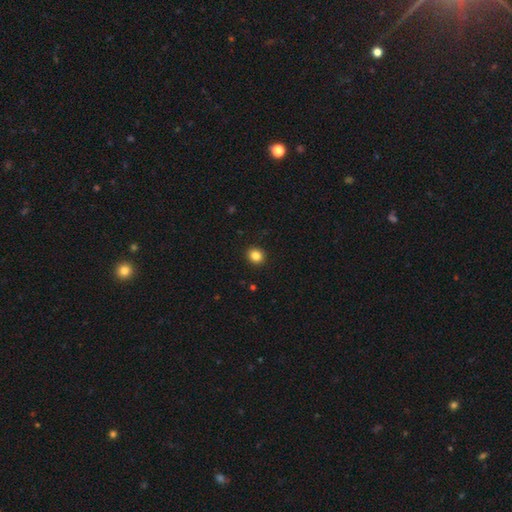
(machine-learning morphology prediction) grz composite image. It shows a smooth galaxy with no disk features (85%) that is round (80%). Merging: none (92%).